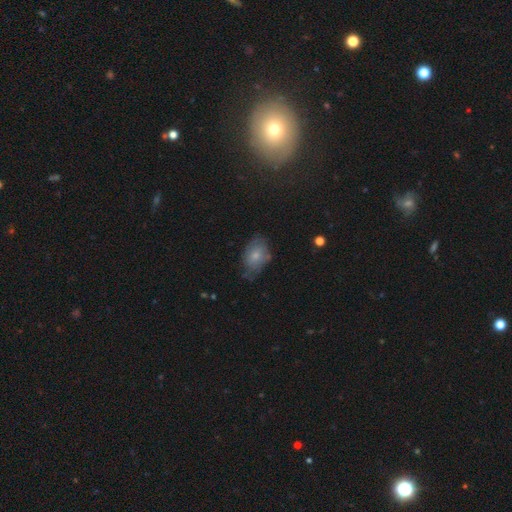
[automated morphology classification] Overall: smooth (69%). How rounded: in between (79%). Merging: none (56%; minor disturbance 32%).